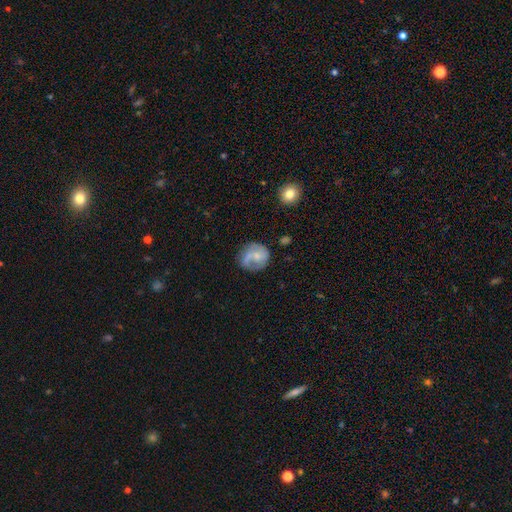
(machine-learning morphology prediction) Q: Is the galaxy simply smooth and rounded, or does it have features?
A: featured or disk — 57%.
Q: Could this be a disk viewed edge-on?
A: no — 98%.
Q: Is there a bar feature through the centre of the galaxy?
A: no — 58%.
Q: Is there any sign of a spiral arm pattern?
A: yes — 80%.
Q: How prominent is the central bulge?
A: small — 57%.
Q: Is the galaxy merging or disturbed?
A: none — 59%.